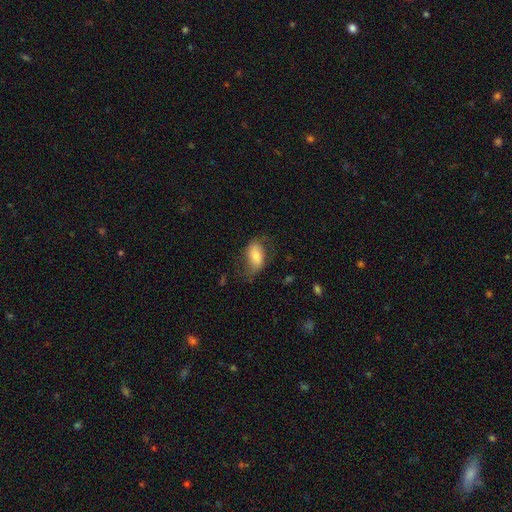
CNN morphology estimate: Q: Smooth or featured?
A: smooth (62%); runner-up: featured or disk (30%)
Q: How rounded?
A: in between (90%); runner-up: round (7%)
Q: Merging?
A: none (57%); runner-up: minor disturbance (25%)